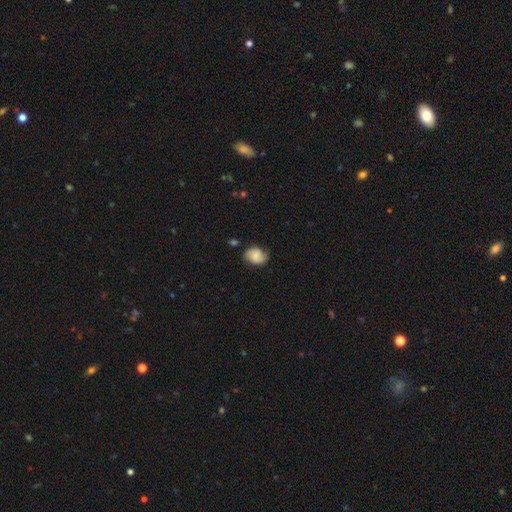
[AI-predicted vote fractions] Smooth or featured?
  - smooth: 47% *
  - featured or disk: 45%
  - star or artifact: 9%
Merging?
  - none: 71% *
  - minor disturbance: 22%
  - major disturbance: 6%
  - merger: 2%